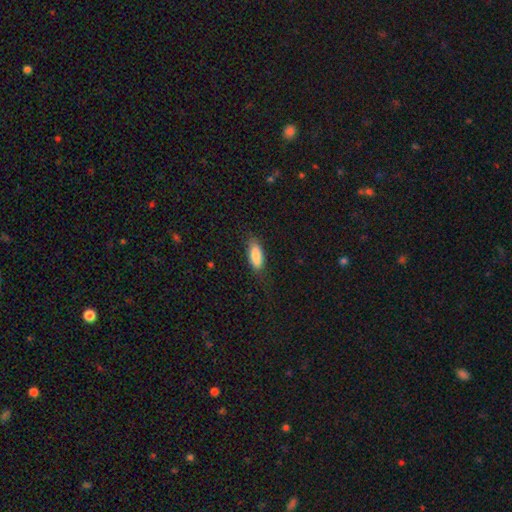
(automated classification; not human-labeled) This appears to be a smooth galaxy with no disk features (87%) that is in between round and cigar-shaped (78%). Merging: none (78%).